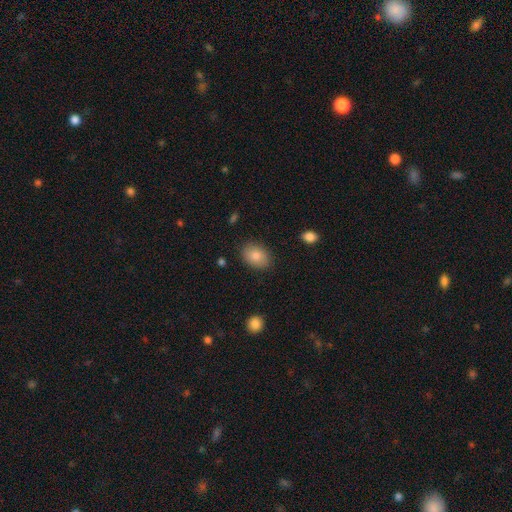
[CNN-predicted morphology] Smooth or featured? Predicted: smooth (p=0.84). How rounded? Predicted: in between (p=0.77). Merging? Predicted: none (p=0.86).